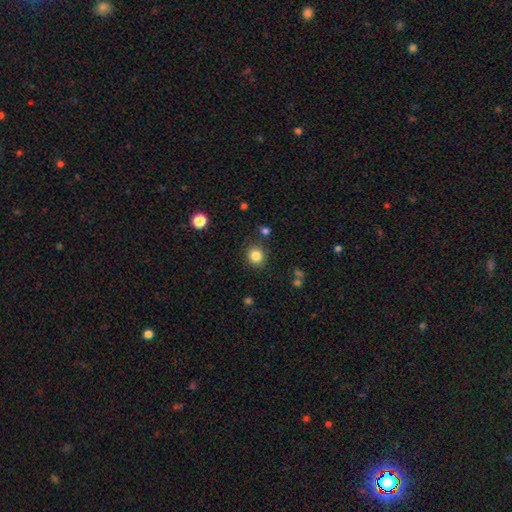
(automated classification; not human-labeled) Morphology: type=smooth (84%); roundness=round (88%); merging=none (86%).